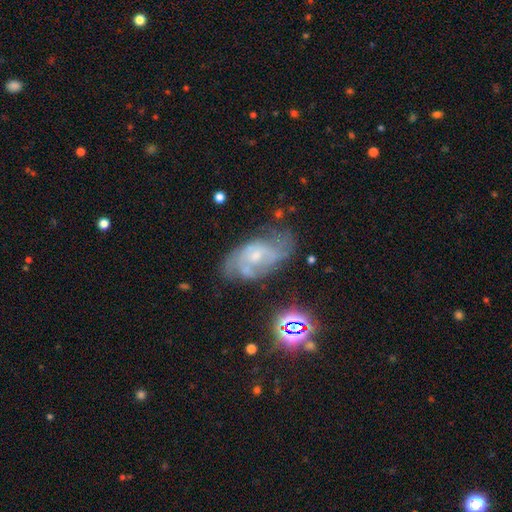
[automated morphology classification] A featured or disk galaxy (69%) with no bar (63%), medium (43%) spiral arms (77%) and a small central bulge (60%).

Vote fractions:
- Smooth or featured? featured or disk: 69% / smooth: 20% / star or artifact: 12%
- Edge-on disk? no: 95% / yes: 5%
- Bar? no: 63% / weak: 32% / strong: 5%
- Spiral arms? yes: 77% / no: 23%
- Spiral winding? medium: 43% / tight: 37% / loose: 20%
- Spiral arm count? can't tell: 41% / 2: 40% / 3: 8% / 1: 5% / 4: 3% / more than 4: 2%
- Bulge size? small: 60% / moderate: 31% / none: 6% / large: 2% / dominant: 1%
- Merging? none: 50% / minor disturbance: 27% / major disturbance: 17% / merger: 6%